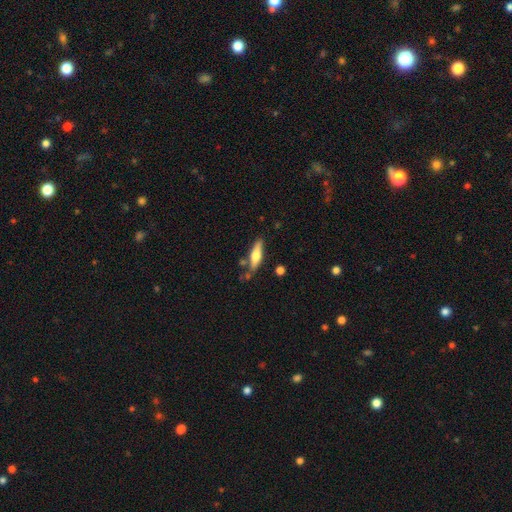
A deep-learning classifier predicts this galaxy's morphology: Overall: smooth (53%; featured or disk 41%). How rounded: cigar-shaped (69%; in between 29%). Merging: none (72%).